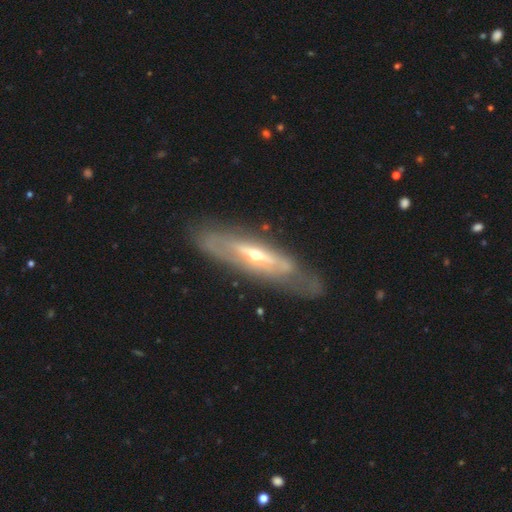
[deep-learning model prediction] Q: Smooth or featured?
A: featured or disk (77%); runner-up: smooth (17%)
Q: Edge-on disk?
A: no (56%); runner-up: yes (44%)
Q: Merging?
A: none (72%); runner-up: minor disturbance (18%)